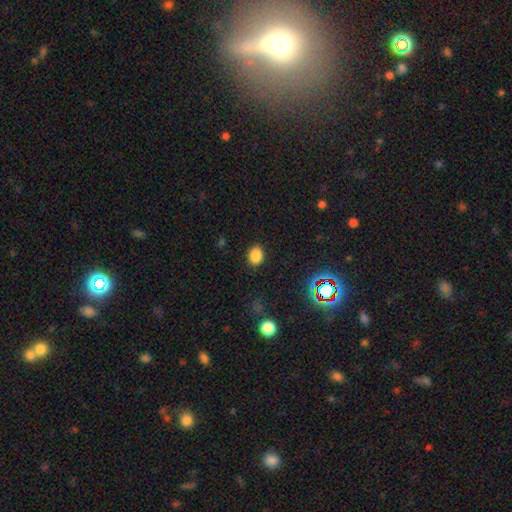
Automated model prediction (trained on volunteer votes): Q: Smooth or featured?
A: smooth (83%); runner-up: star or artifact (13%)
Q: How rounded?
A: in between (59%); runner-up: round (40%)
Q: Merging?
A: none (86%); runner-up: minor disturbance (10%)